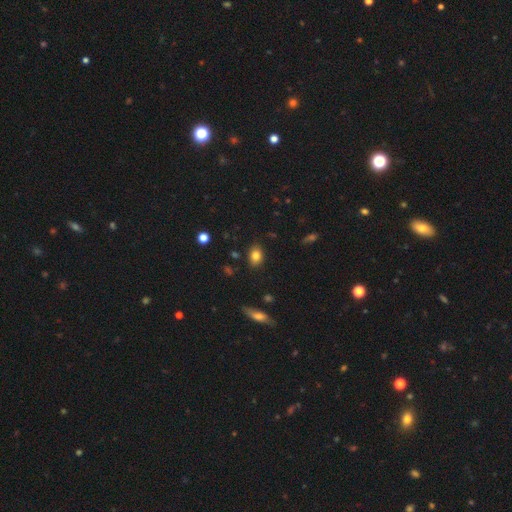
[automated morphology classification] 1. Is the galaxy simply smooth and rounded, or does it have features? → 82% smooth, 9% star or artifact, 8% featured or disk.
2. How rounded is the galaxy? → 73% in between, 25% round, 2% cigar-shaped.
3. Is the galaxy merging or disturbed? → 85% none, 11% minor disturbance, 2% major disturbance, 2% merger.